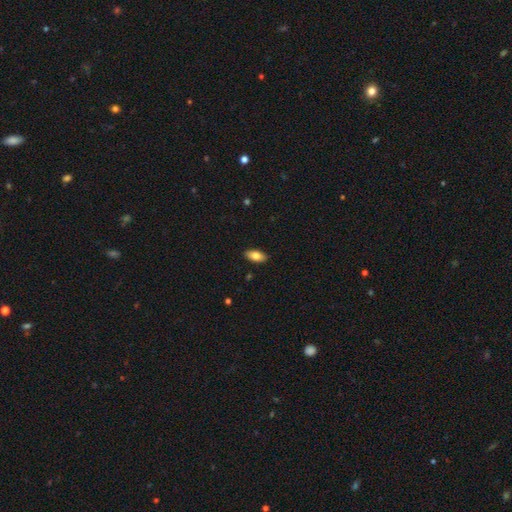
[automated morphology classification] Overall: smooth (80%). How rounded: in between (91%). Merging: none (89%).